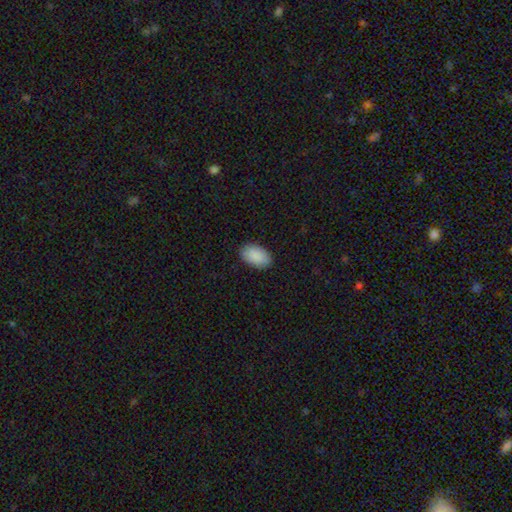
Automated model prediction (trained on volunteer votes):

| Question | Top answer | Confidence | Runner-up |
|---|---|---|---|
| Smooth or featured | smooth | 91% | star or artifact (6%) |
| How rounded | in between | 94% | round (5%) |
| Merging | none | 89% | minor disturbance (8%) |